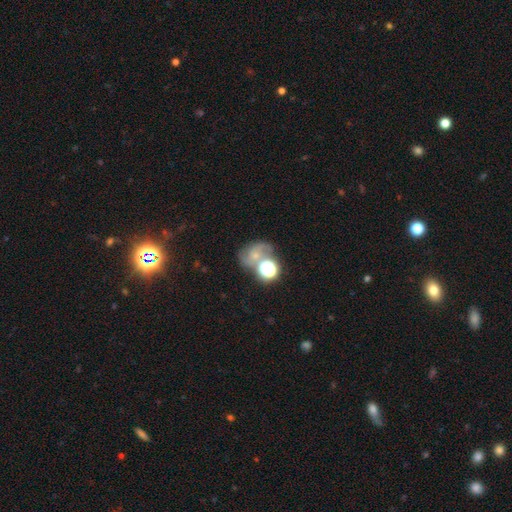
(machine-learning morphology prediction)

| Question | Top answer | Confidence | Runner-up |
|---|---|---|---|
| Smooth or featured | featured or disk | 42% | smooth (36%) |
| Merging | none | 39% | merger (28%) |